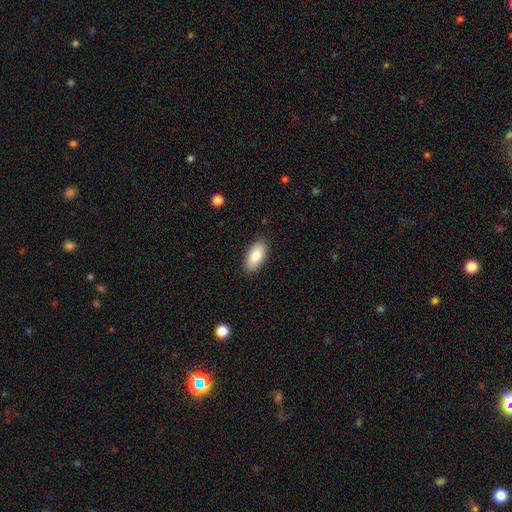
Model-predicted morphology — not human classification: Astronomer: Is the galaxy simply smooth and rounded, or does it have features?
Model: smooth — 85%.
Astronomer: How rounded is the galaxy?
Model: in between — 93%.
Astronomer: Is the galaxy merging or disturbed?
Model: none — 88%.